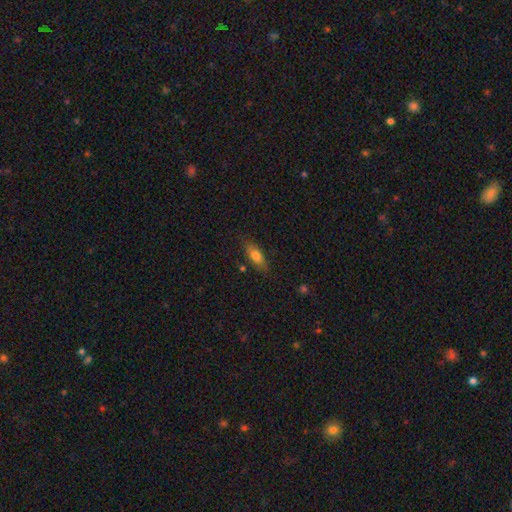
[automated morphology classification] A smooth galaxy with no disk features (75%) that is in between round and cigar-shaped (77%). Merging: none (78%).